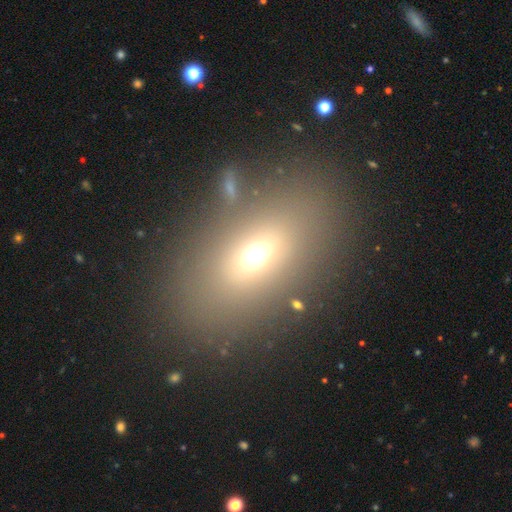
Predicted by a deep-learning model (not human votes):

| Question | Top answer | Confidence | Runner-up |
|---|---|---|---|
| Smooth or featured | smooth | 63% | featured or disk (19%) |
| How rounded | in between | 80% | round (17%) |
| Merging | none | 79% | minor disturbance (10%) |